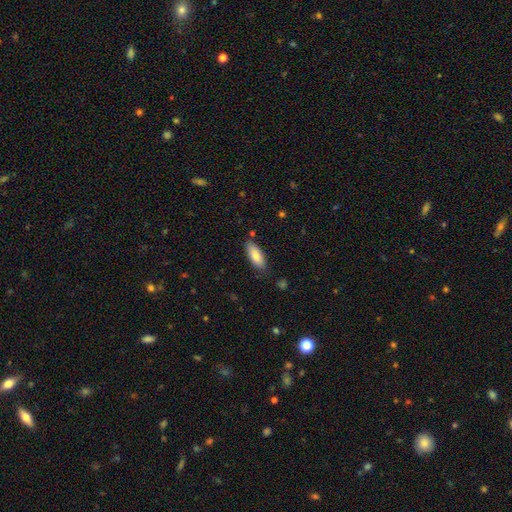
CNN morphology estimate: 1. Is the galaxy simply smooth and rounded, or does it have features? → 85% smooth, 9% featured or disk, 6% star or artifact.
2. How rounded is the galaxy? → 78% in between, 21% cigar-shaped, 2% round.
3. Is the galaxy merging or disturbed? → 80% none, 14% minor disturbance, 3% major disturbance, 2% merger.